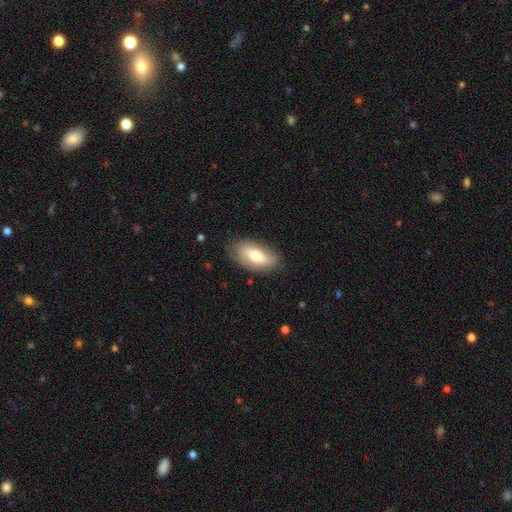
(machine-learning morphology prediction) This appears to be a smooth galaxy with no disk features (61%) that is in between round and cigar-shaped (88%). Merging: none (81%).